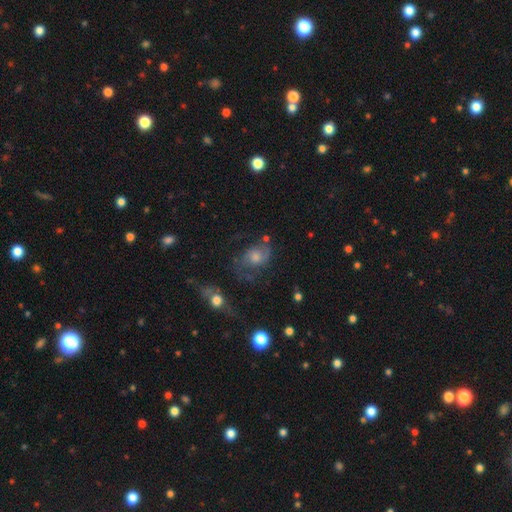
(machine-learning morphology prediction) This is likely a featured or disk galaxy (61%). It is clearly not viewed edge-on (96%). Bar: likely no (72%). Spiral arm pattern: clearly yes (84%). Central bulge: possibly moderate (51%). Merging: possibly none (56%).